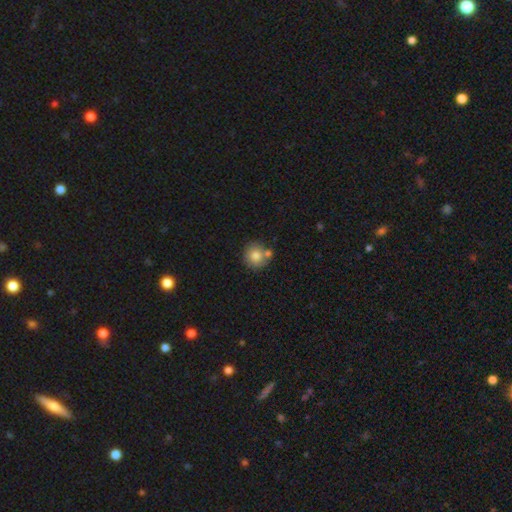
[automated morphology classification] A smooth galaxy with no disk features (78%) that is round (91%).

Vote fractions:
- Smooth or featured? smooth: 78% / featured or disk: 12% / star or artifact: 9%
- How rounded? round: 91% / in between: 8% / cigar-shaped: 1%
- Merging? none: 65% / merger: 22% / minor disturbance: 11% / major disturbance: 3%